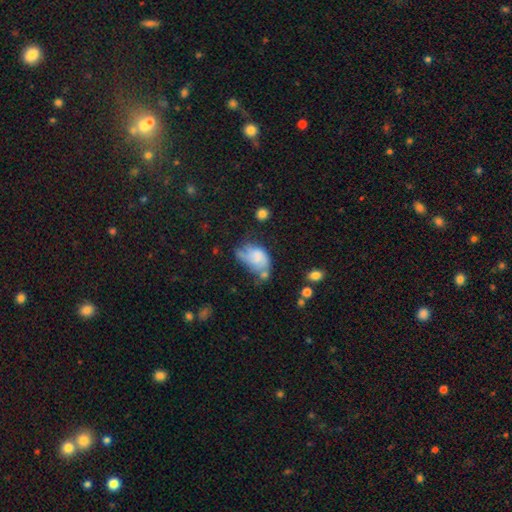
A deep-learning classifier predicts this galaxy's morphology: smooth-or-featured: smooth: 50% | featured or disk: 40% | star or artifact: 10%
  how-rounded: in between: 85% | round: 13% | cigar-shaped: 2%
  merging: major disturbance: 31% | minor disturbance: 30% | none: 25% | merger: 14%